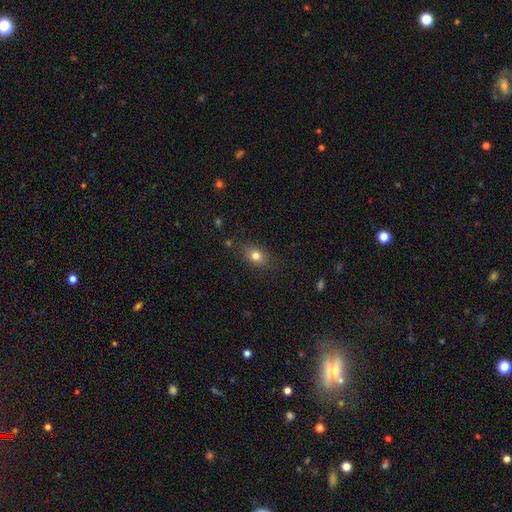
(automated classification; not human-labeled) A smooth galaxy with no disk features (78%) that is in between round and cigar-shaped (61%).

Vote fractions:
- Smooth or featured? smooth: 78% / star or artifact: 12% / featured or disk: 10%
- How rounded? in between: 61% / round: 36% / cigar-shaped: 3%
- Merging? none: 79% / minor disturbance: 15% / major disturbance: 4% / merger: 2%